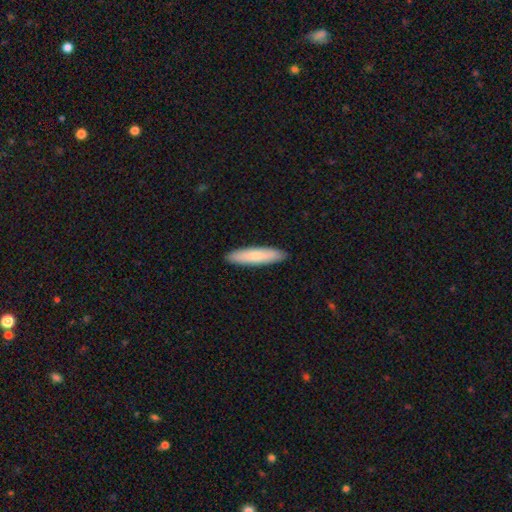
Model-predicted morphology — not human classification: Q: Smooth or featured?
A: smooth (78%); runner-up: featured or disk (17%)
Q: How rounded?
A: cigar-shaped (81%); runner-up: in between (18%)
Q: Merging?
A: none (91%); runner-up: minor disturbance (7%)